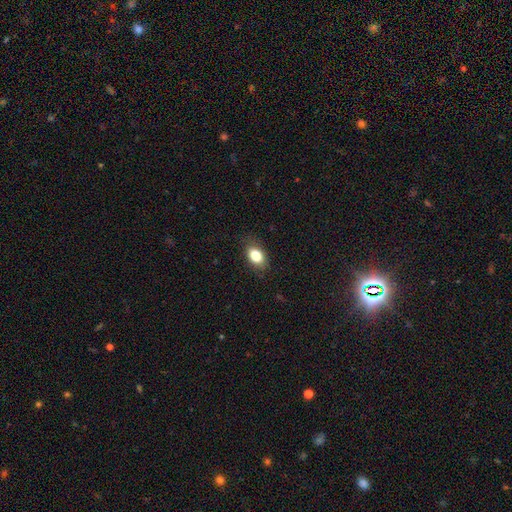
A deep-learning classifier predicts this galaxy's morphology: Smooth or featured? Predicted: smooth (p=0.83). How rounded? Predicted: in between (p=0.82). Merging? Predicted: none (p=0.82).